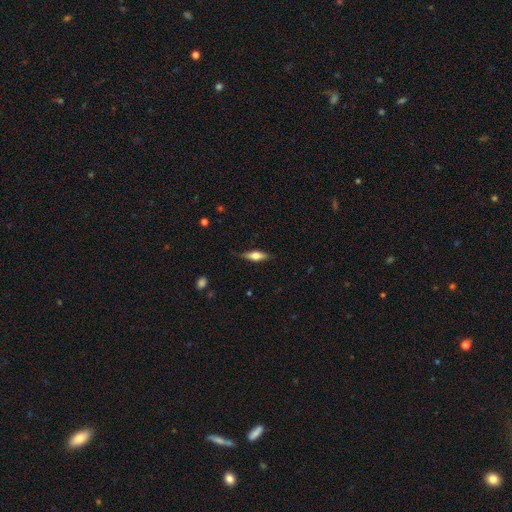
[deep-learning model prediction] Smooth or featured? smooth (51%)
How rounded? in between (50%)
Merging? none (80%)